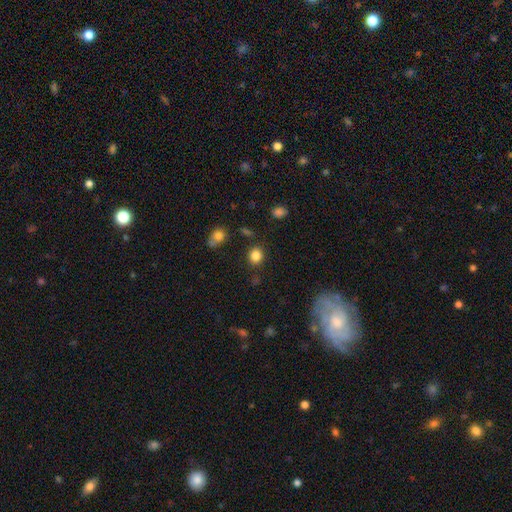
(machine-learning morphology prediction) This appears to be a smooth galaxy with no disk features (84%) that is round (78%). Merging: none (85%).